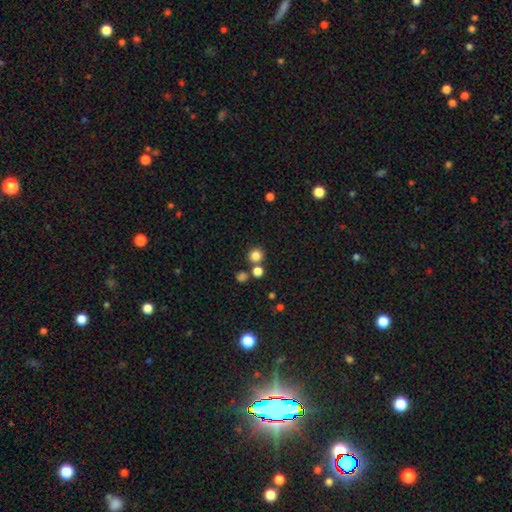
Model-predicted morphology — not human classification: Smooth or featured? Predicted: smooth (p=0.81). How rounded? Predicted: round (p=0.93). Merging? Predicted: none (p=0.75).